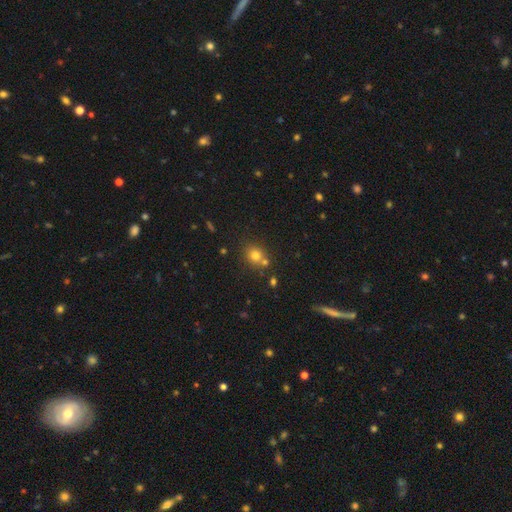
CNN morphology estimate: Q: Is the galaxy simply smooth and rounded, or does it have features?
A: smooth — 75%.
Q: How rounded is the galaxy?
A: round — 83%.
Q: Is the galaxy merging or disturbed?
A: none — 65%.